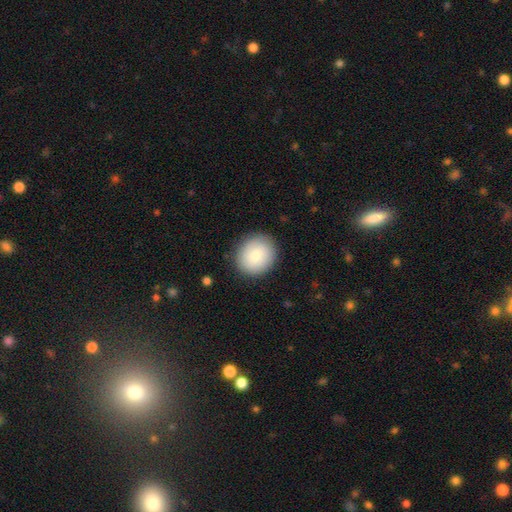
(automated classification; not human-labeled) A smooth galaxy with no disk features (81%) that is round (76%).

Vote fractions:
- Smooth or featured? smooth: 81% / featured or disk: 12% / star or artifact: 7%
- How rounded? round: 76% / in between: 23% / cigar-shaped: 1%
- Merging? none: 87% / minor disturbance: 9% / major disturbance: 3% / merger: 1%